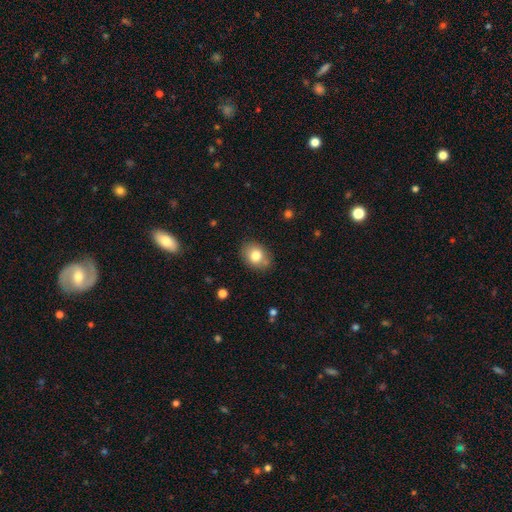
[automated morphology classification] Q: Smooth or featured?
A: smooth (79%); runner-up: featured or disk (11%)
Q: How rounded?
A: in between (55%); runner-up: round (44%)
Q: Merging?
A: none (80%); runner-up: minor disturbance (14%)